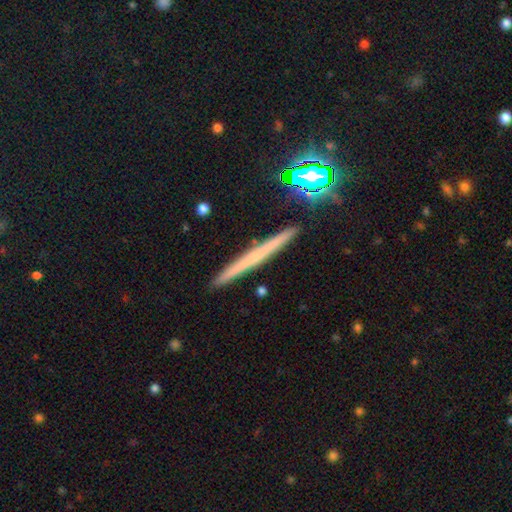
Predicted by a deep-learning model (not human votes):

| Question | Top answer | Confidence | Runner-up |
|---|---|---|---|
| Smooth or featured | featured or disk | 45% | smooth (44%) |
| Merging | none | 92% | minor disturbance (5%) |